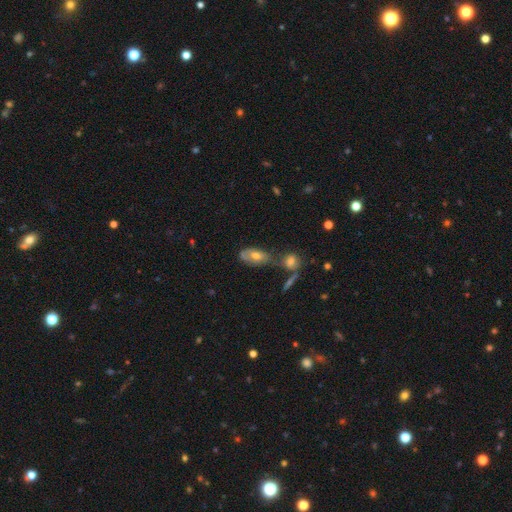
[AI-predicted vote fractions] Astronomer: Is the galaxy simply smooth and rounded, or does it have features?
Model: smooth — 49% (runner-up: featured or disk, 42%).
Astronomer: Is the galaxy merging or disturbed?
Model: none — 36% (runner-up: merger, 29%).